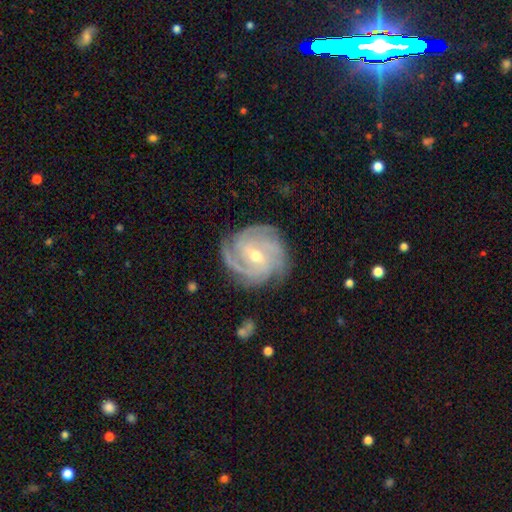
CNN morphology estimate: Smooth or featured? featured or disk (90%)
Edge-on disk? no (98%)
Bar? weak (47%)
Spiral arms? yes (98%)
Spiral winding? tight (69%)
Spiral arm count? 3 (41%)
Bulge size? moderate (53%)
Merging? none (81%)